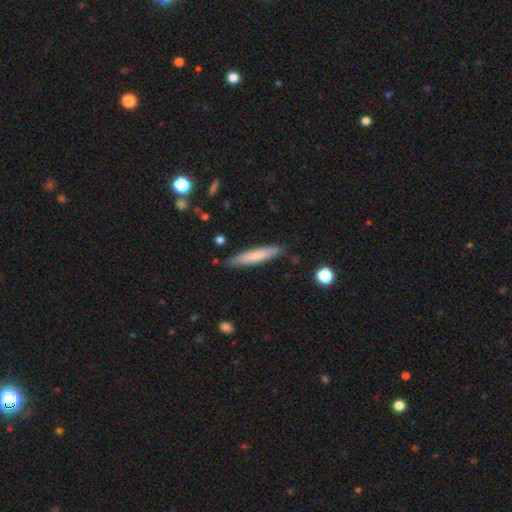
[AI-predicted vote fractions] Smooth or featured? smooth (71%)
How rounded? cigar-shaped (90%)
Merging? none (86%)